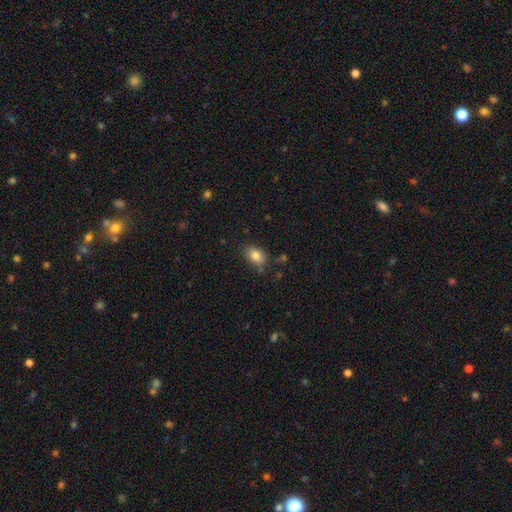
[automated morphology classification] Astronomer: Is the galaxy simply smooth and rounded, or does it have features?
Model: smooth — 83%.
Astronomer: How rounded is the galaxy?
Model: in between — 78%.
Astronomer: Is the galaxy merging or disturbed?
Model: none — 76%.